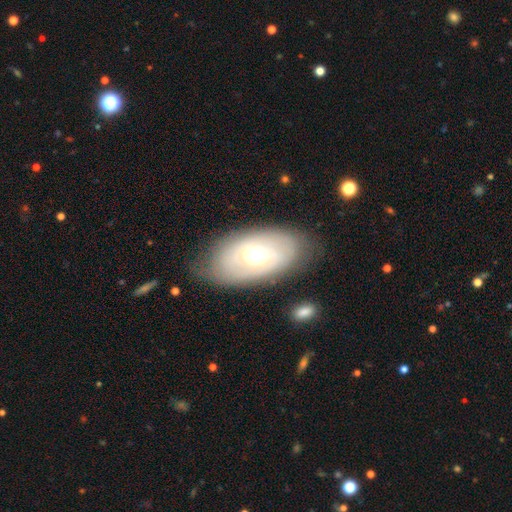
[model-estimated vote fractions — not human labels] This appears to be a featured or disk galaxy (53%). Merging: none (73%).